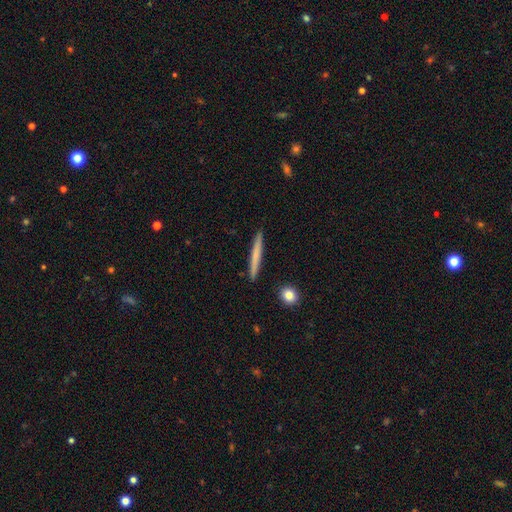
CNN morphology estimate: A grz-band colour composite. It shows a smooth galaxy with no disk features (66%) that is cigar-shaped (96%). Merging: none (92%).